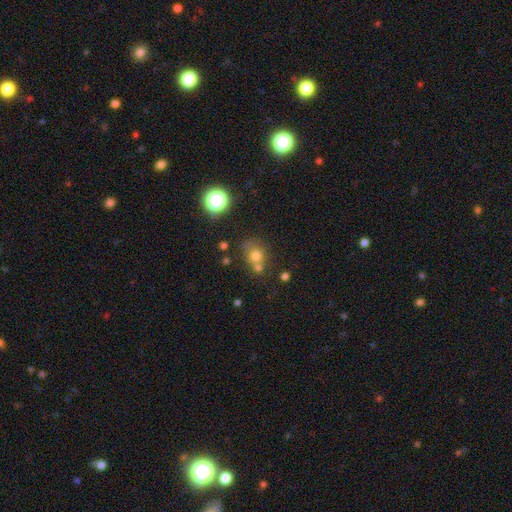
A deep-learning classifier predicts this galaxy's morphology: type=smooth (69%); roundness=round (74%); merging=none (48%).